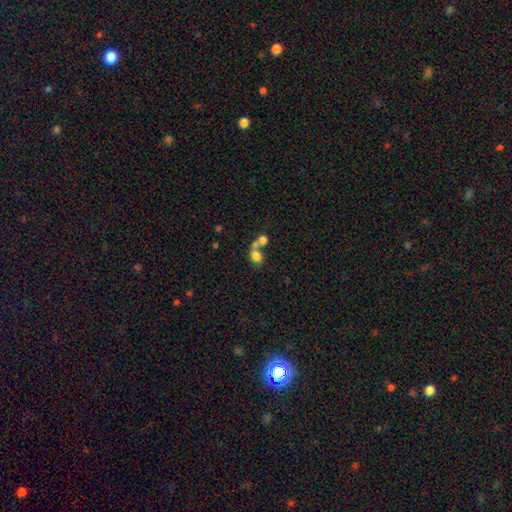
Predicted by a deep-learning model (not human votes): The model was most divided on "merging": merger: 55%, none: 32%, minor disturbance: 7%, major disturbance: 5%. More confident: smooth or featured — smooth (75%); how rounded — round (62%).